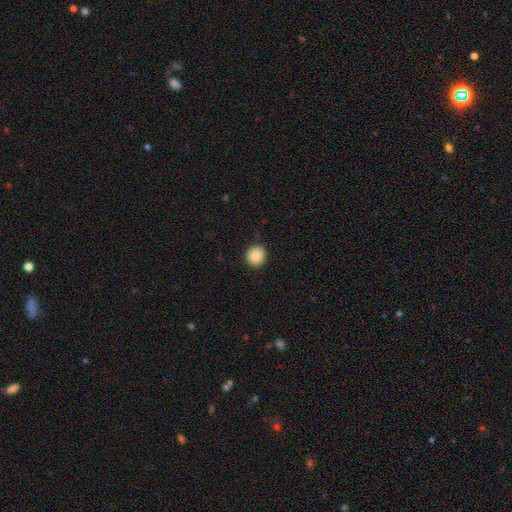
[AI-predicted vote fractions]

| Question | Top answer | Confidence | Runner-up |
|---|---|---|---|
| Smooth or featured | smooth | 88% | star or artifact (8%) |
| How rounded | round | 92% | in between (8%) |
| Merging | none | 90% | minor disturbance (7%) |